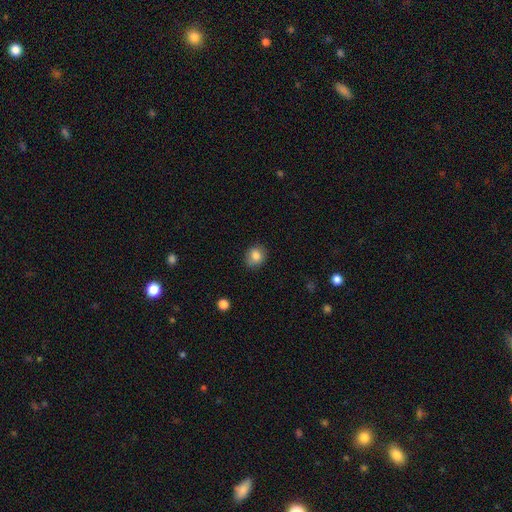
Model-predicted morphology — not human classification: Overall: smooth (84%). How rounded: round (67%; in between 32%). Merging: none (83%).